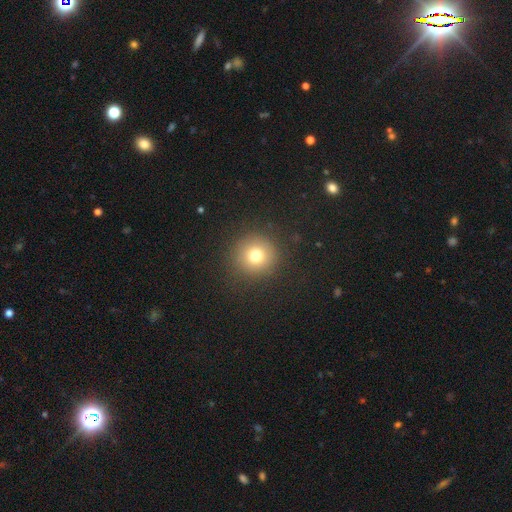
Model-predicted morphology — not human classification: A smooth galaxy with no disk features (75%) that is round (94%).

Vote fractions:
- Smooth or featured? smooth: 75% / star or artifact: 15% / featured or disk: 10%
- How rounded? round: 94% / in between: 5% / cigar-shaped: 1%
- Merging? none: 90% / minor disturbance: 6% / major disturbance: 3% / merger: 1%